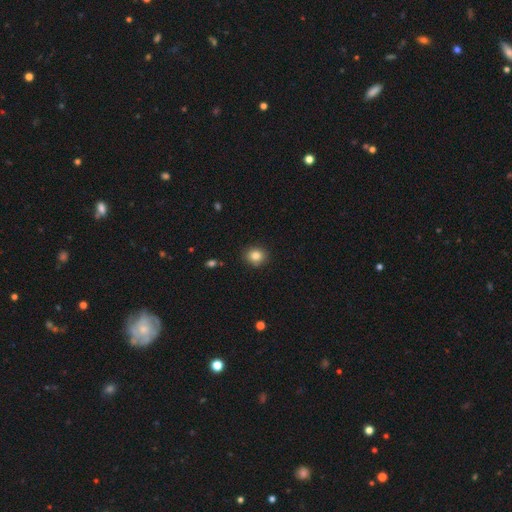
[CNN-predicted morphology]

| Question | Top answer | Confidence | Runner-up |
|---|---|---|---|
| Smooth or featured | smooth | 84% | star or artifact (10%) |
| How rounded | round | 78% | in between (21%) |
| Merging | none | 89% | minor disturbance (8%) |